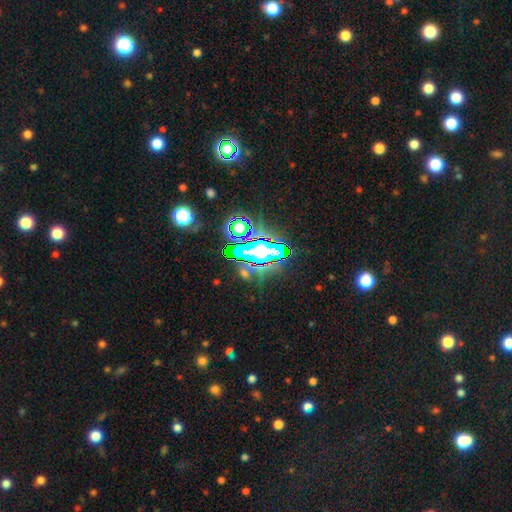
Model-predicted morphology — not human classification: This is likely a star or artifact rather than a galaxy (72%).